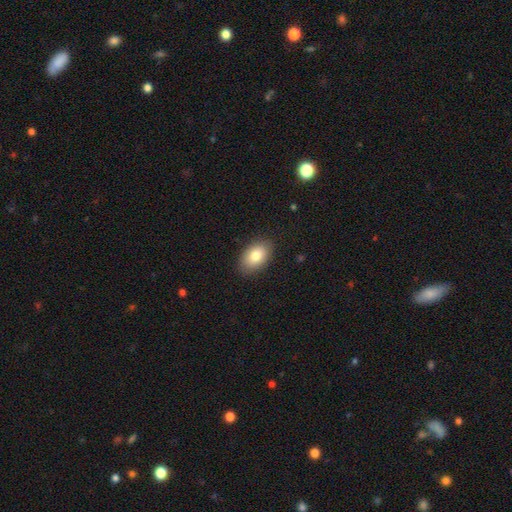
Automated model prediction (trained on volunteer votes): smooth_or_featured: smooth (p=0.82) [alt: featured or disk p=0.11]
how_rounded: in between (p=0.90) [alt: round p=0.09]
merging: none (p=0.87) [alt: minor disturbance p=0.10]